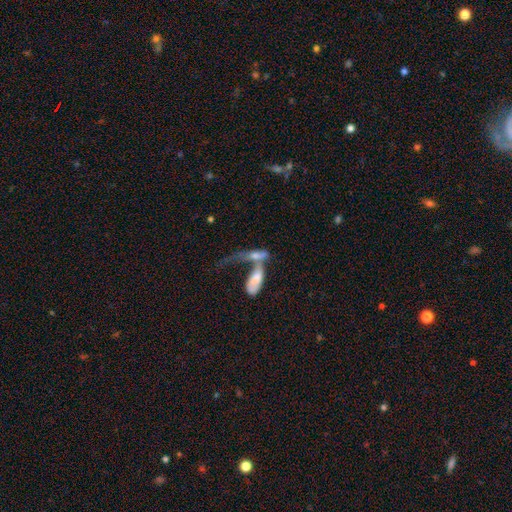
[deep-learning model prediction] Q: Smooth or featured?
A: smooth (56%); runner-up: featured or disk (35%)
Q: How rounded?
A: in between (57%); runner-up: cigar-shaped (39%)
Q: Merging?
A: merger (66%); runner-up: major disturbance (17%)